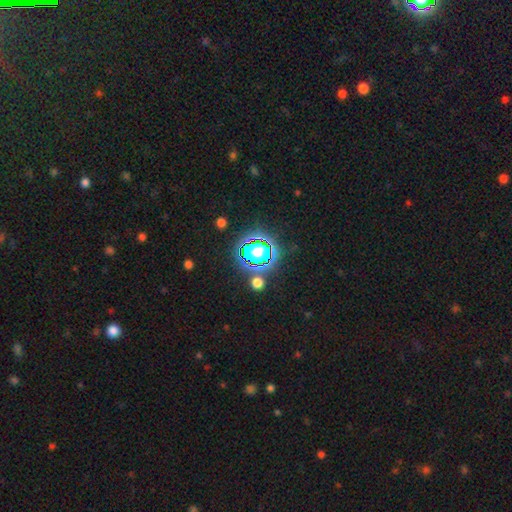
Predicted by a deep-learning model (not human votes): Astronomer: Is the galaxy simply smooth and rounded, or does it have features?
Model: star or artifact — 78%.